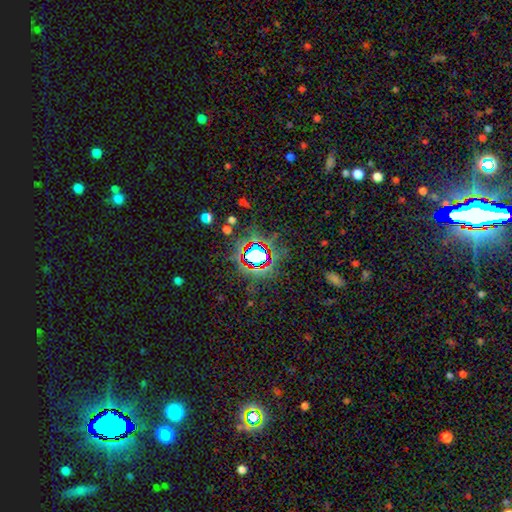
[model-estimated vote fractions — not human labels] The model was most divided on "smooth or featured": star or artifact: 72%, smooth: 17%, featured or disk: 11%.